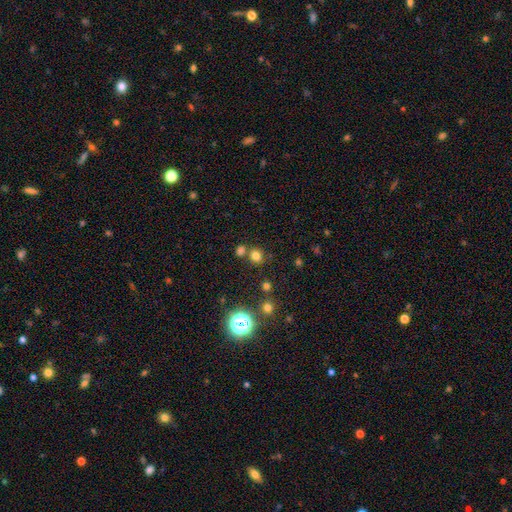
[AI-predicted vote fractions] Smooth or featured?
  - smooth: 72% *
  - star or artifact: 22%
  - featured or disk: 6%
How rounded?
  - round: 85% *
  - in between: 14%
  - cigar-shaped: 1%
Merging?
  - none: 69% *
  - merger: 20%
  - minor disturbance: 8%
  - major disturbance: 3%